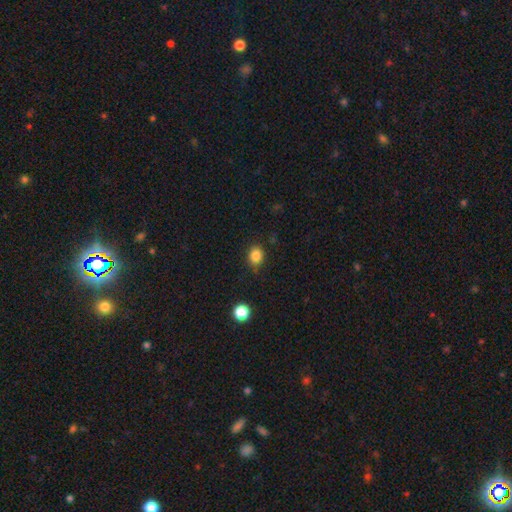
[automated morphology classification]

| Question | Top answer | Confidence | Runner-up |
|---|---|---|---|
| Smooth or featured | smooth | 85% | star or artifact (11%) |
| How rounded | round | 56% | in between (43%) |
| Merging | none | 83% | minor disturbance (12%) |